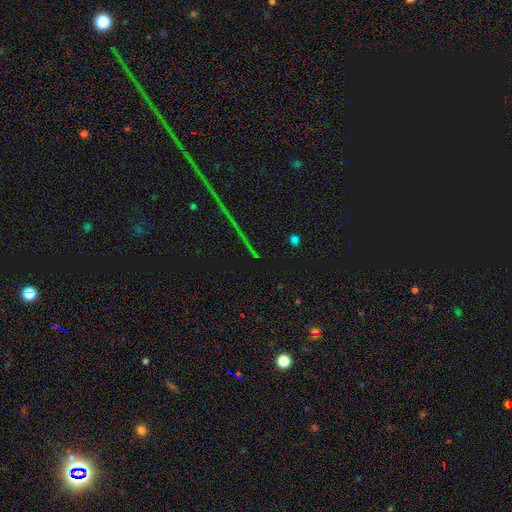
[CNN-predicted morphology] star or artifact 82%, smooth 9%, featured or disk 9%.